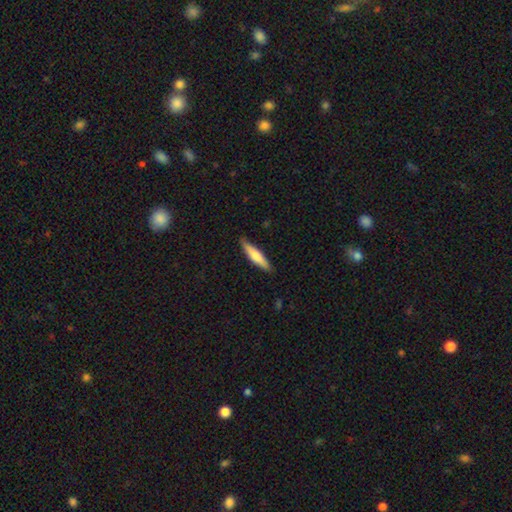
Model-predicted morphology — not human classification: Smooth or featured?
  - smooth: 66% *
  - featured or disk: 29%
  - star or artifact: 5%
How rounded?
  - cigar-shaped: 82% *
  - in between: 17%
  - round: 1%
Merging?
  - none: 87% *
  - minor disturbance: 10%
  - major disturbance: 2%
  - merger: 1%